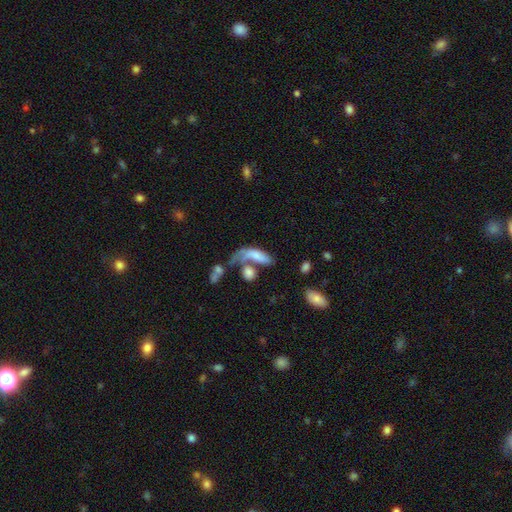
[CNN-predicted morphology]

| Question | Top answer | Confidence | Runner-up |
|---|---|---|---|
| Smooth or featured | smooth | 64% | featured or disk (27%) |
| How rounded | in between | 65% | cigar-shaped (30%) |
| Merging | merger | 45% | major disturbance (24%) |